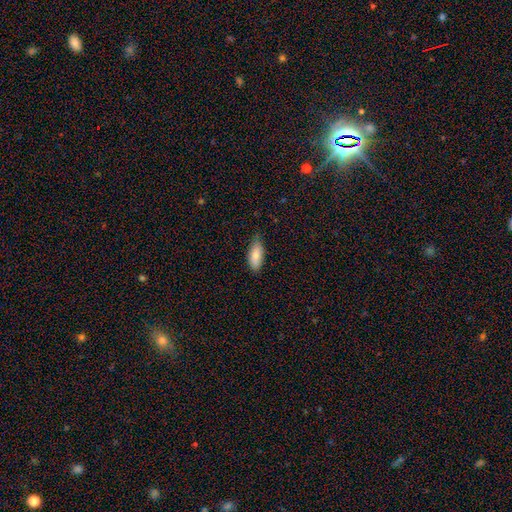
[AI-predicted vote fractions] Smooth or featured? Predicted: smooth (p=0.80). How rounded? Predicted: in between (p=0.81). Merging? Predicted: none (p=0.76).